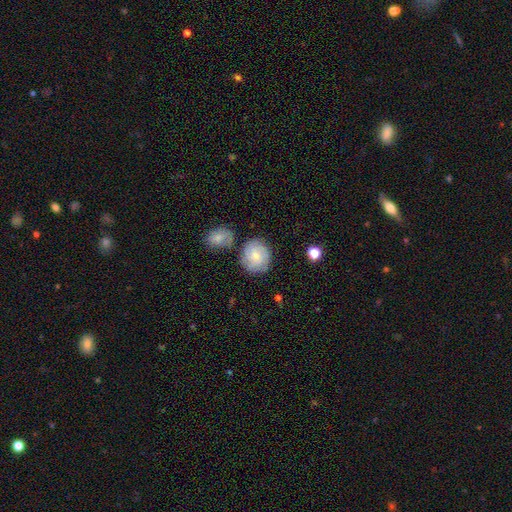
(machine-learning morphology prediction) Smooth or featured? smooth (53%)
How rounded? round (77%)
Merging? none (71%)